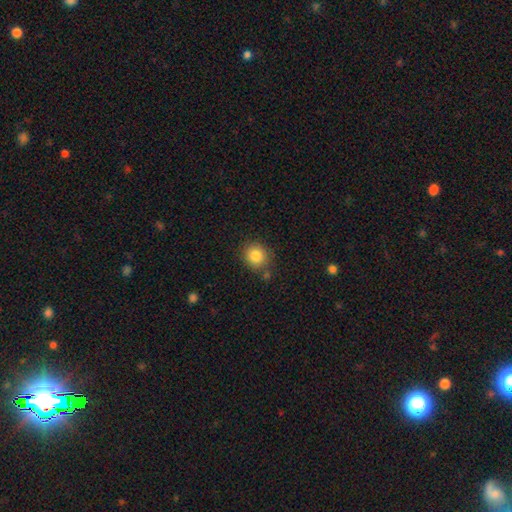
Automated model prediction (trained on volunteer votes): smooth-or-featured: smooth: 84% | star or artifact: 10% | featured or disk: 6%
  how-rounded: round: 84% | in between: 15% | cigar-shaped: 1%
  merging: none: 79% | minor disturbance: 12% | merger: 5% | major disturbance: 3%